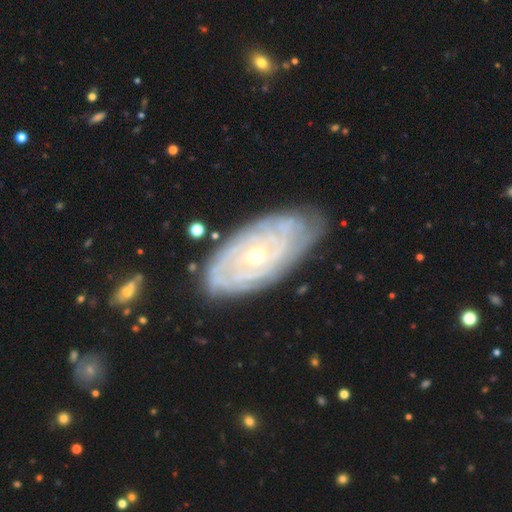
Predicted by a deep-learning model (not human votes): Smooth or featured? featured or disk (85%)
Edge-on disk? no (92%)
Bar? no (74%)
Spiral arms? yes (92%)
Spiral winding? tight (82%)
Spiral arm count? can't tell (46%)
Bulge size? moderate (50%)
Merging? none (76%)